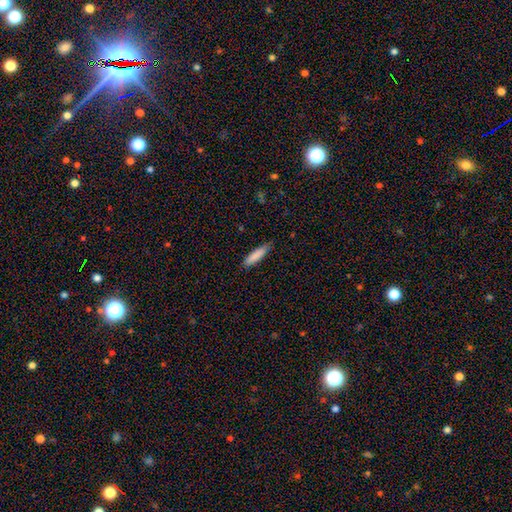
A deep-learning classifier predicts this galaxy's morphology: This appears to be a smooth galaxy with no disk features (85%) that is cigar-shaped (75%). Merging: none (81%).